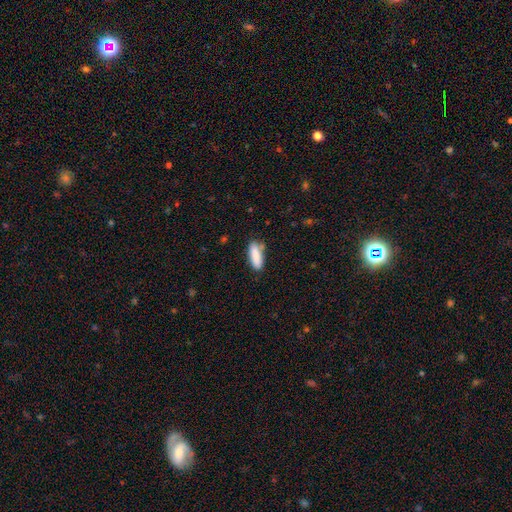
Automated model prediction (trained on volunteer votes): The model was most divided on "how rounded": in between: 55%, cigar-shaped: 43%, round: 2%. More confident: smooth or featured — smooth (86%); merging — none (75%).